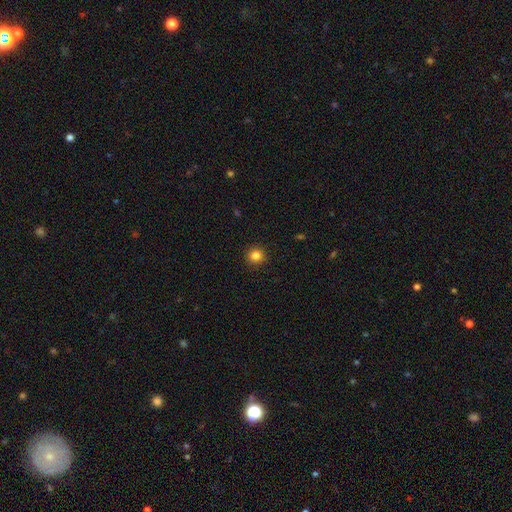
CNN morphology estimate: This appears to be a smooth galaxy with no disk features (84%) that is round (93%). Merging: none (92%).